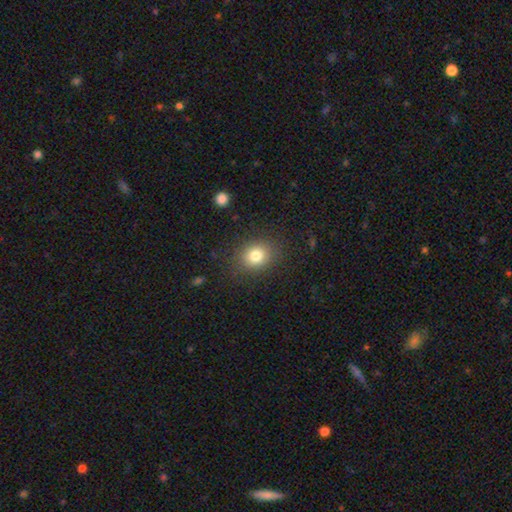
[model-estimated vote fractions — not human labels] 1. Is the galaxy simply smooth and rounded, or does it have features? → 80% smooth, 11% star or artifact, 9% featured or disk.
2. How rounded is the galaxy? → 58% round, 41% in between, 1% cigar-shaped.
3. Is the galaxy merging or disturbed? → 85% none, 10% minor disturbance, 4% major disturbance, 1% merger.